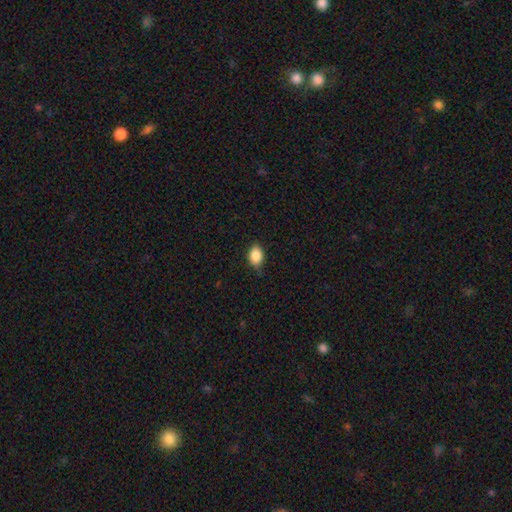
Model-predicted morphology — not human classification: Overall: smooth (87%). How rounded: in between (78%). Merging: none (73%).